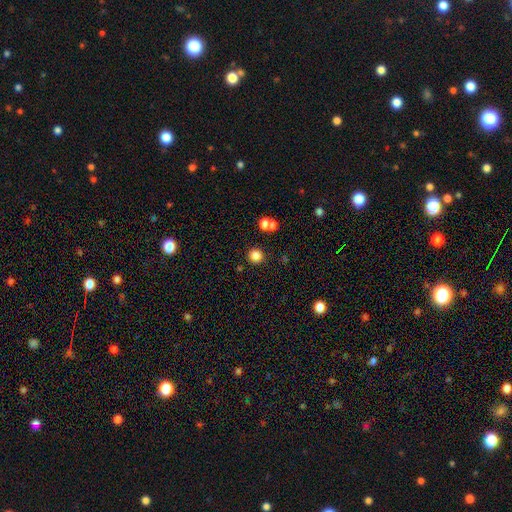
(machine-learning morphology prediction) Smooth or featured?
  - smooth: 83% *
  - star or artifact: 13%
  - featured or disk: 4%
How rounded?
  - round: 93% *
  - in between: 6%
  - cigar-shaped: 1%
Merging?
  - none: 84% *
  - merger: 7%
  - minor disturbance: 6%
  - major disturbance: 3%